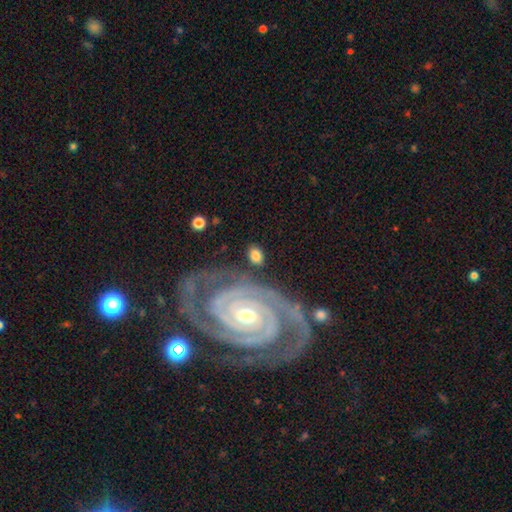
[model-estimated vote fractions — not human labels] Morphology: type=smooth (60%); roundness=in between (75%); merging=none (75%).